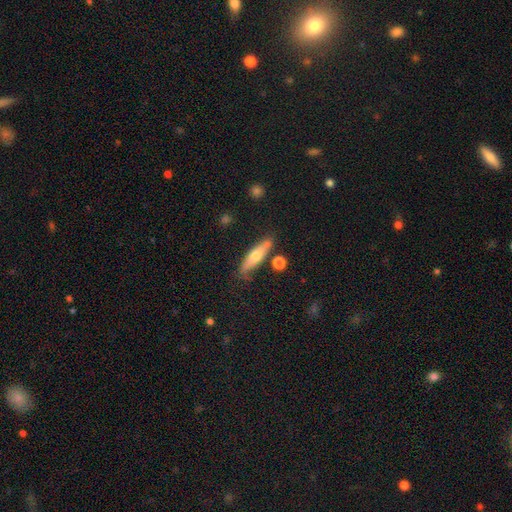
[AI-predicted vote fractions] This is possibly a smooth galaxy (54%). How rounded: likely cigar-shaped (73%). Merging: likely none (75%).